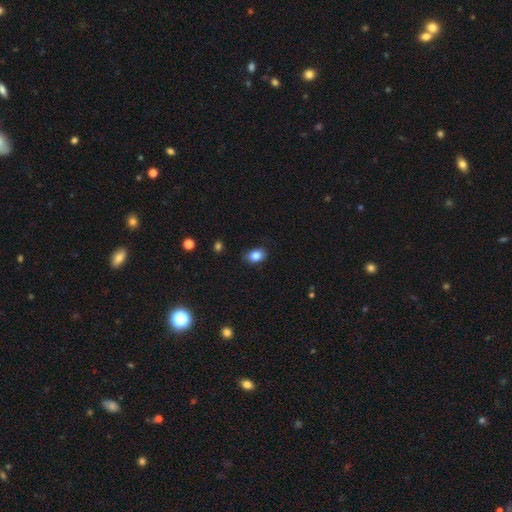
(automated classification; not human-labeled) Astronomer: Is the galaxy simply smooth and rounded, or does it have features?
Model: smooth — 85%.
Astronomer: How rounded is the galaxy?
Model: in between — 71%.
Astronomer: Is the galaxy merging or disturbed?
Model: none — 82%.